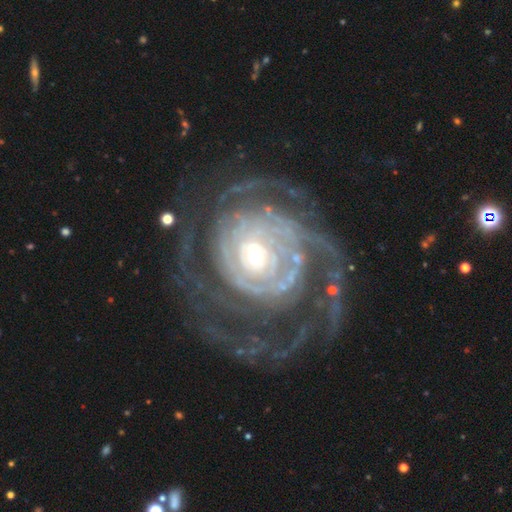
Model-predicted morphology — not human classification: smooth-or-featured: featured or disk: 90% | star or artifact: 5% | smooth: 5%
  disk-edge-on: no: 97% | yes: 3%
    bar: no: 75% | weak: 17% | strong: 8%
    has-spiral-arms: yes: 96% | no: 4%
      spiral-winding: tight: 70% | medium: 21% | loose: 9%
      spiral-arm-count: can't tell: 27% | 2: 19% | 3: 17% | 4: 15% | more than 4: 13% | 1: 10%
    bulge-size: small: 57% | moderate: 34% | large: 6% | dominant: 2% | none: 1%
  merging: none: 55% | major disturbance: 27% | minor disturbance: 15% | merger: 2%